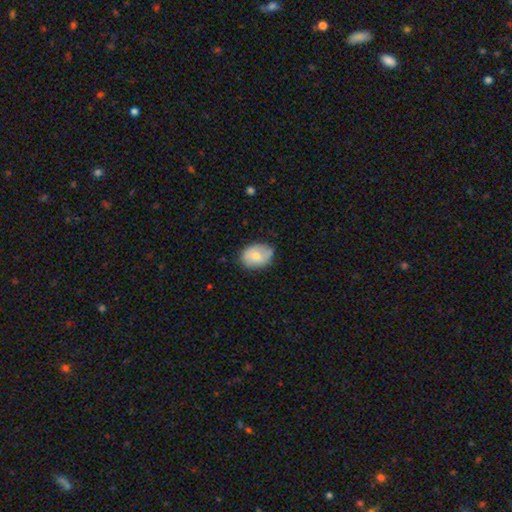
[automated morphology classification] Q: Smooth or featured?
A: smooth (65%); runner-up: featured or disk (28%)
Q: How rounded?
A: in between (69%); runner-up: round (30%)
Q: Merging?
A: none (72%); runner-up: minor disturbance (22%)